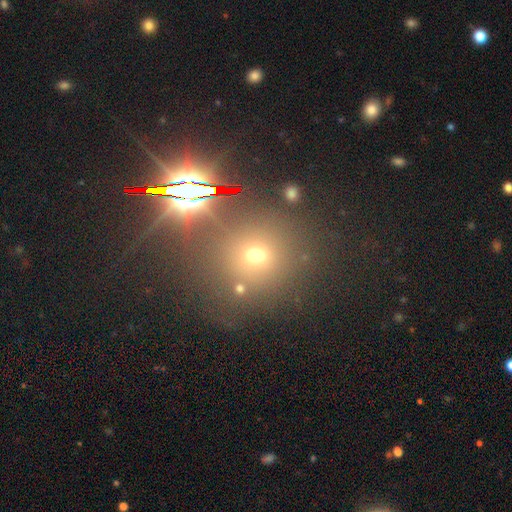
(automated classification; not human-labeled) A star or artifact, not a galaxy (46%).

Vote fractions:
- Smooth or featured? star or artifact: 46% / smooth: 42% / featured or disk: 12%